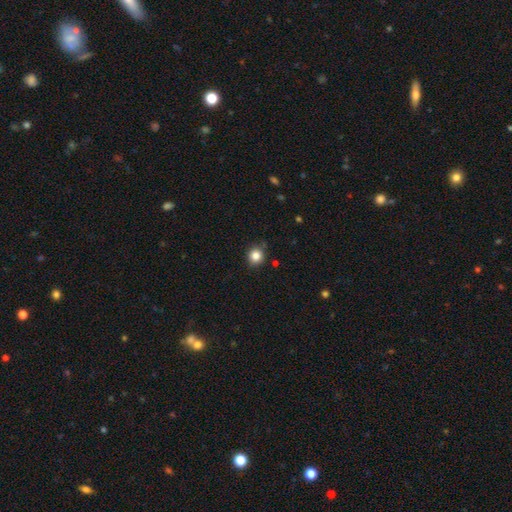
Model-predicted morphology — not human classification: Q: Smooth or featured?
A: smooth (84%); runner-up: star or artifact (11%)
Q: How rounded?
A: round (87%); runner-up: in between (12%)
Q: Merging?
A: none (86%); runner-up: minor disturbance (10%)